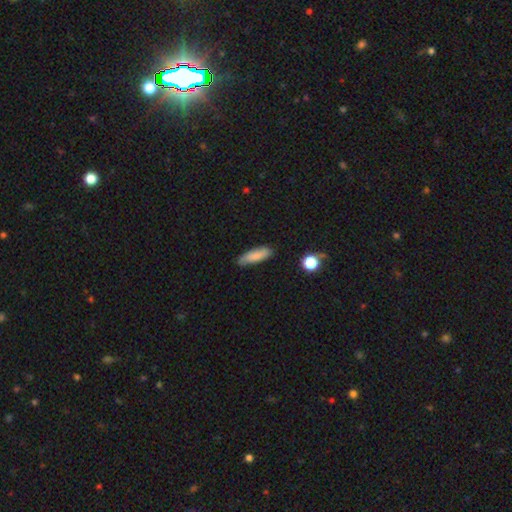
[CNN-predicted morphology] smooth-or-featured: smooth: 81% | featured or disk: 12% | star or artifact: 7%
  how-rounded: cigar-shaped: 58% | in between: 40% | round: 2%
  merging: none: 78% | minor disturbance: 17% | major disturbance: 3% | merger: 2%